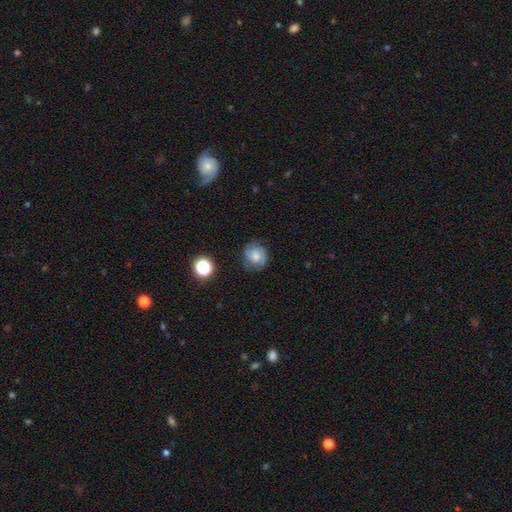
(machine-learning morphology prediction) A smooth galaxy with no disk features (59%) that is round (84%).

Vote fractions:
- Smooth or featured? smooth: 59% / featured or disk: 30% / star or artifact: 11%
- How rounded? round: 84% / in between: 15% / cigar-shaped: 1%
- Merging? none: 75% / minor disturbance: 18% / major disturbance: 6% / merger: 2%